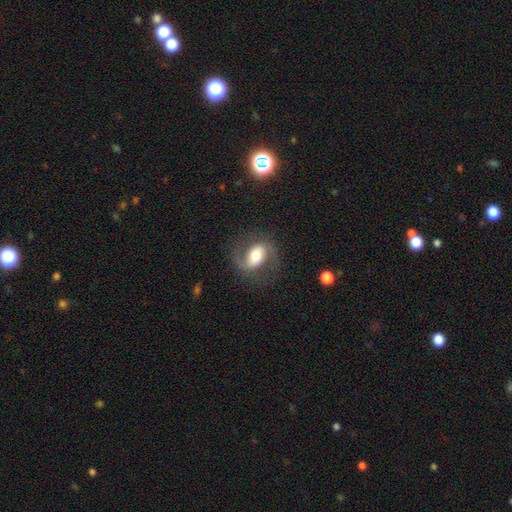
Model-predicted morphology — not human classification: Smooth or featured?
  - featured or disk: 70% *
  - smooth: 23%
  - star or artifact: 7%
Edge-on disk?
  - no: 96% *
  - yes: 4%
Bar?
  - weak: 36% *
  - strong: 35%
  - no: 29%
Spiral arms?
  - yes: 89% *
  - no: 11%
Spiral winding?
  - medium: 50% *
  - loose: 35%
  - tight: 16%
Spiral arm count?
  - 2: 89% *
  - 1: 5%
  - can't tell: 4%
  - 3: 1%
  - 4: 1%
  - more than 4: 1%
Bulge size?
  - moderate: 54% *
  - large: 29%
  - small: 11%
  - dominant: 4%
  - none: 2%
Merging?
  - none: 74% *
  - minor disturbance: 14%
  - major disturbance: 10%
  - merger: 1%